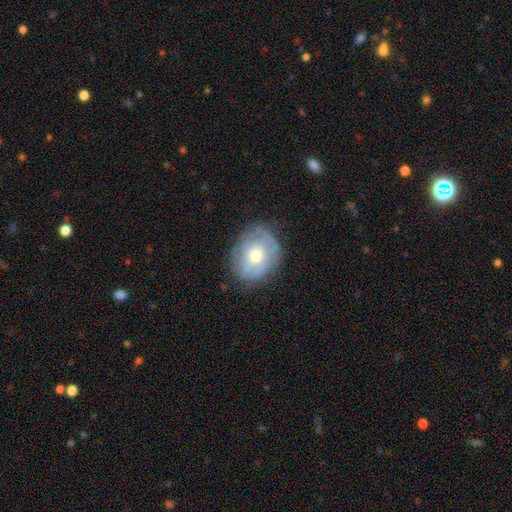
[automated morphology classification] This is possibly a featured or disk galaxy (55%). It is clearly not viewed edge-on (95%). Bar: likely no (76%). Spiral arm pattern: likely yes (60%). Central bulge: likely moderate (71%). Merging: likely none (74%).